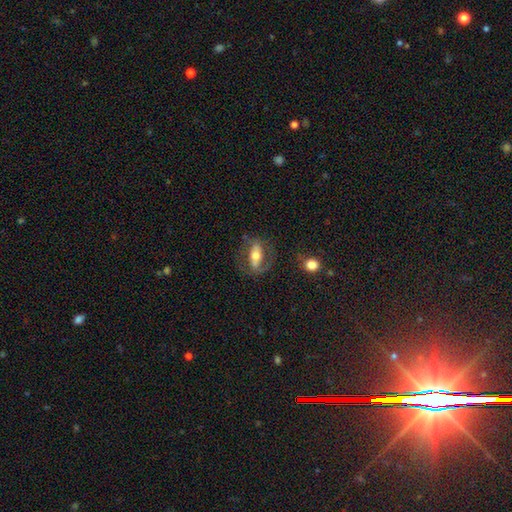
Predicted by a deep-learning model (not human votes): smooth-or-featured: featured or disk: 57% | smooth: 35% | star or artifact: 7%
  disk-edge-on: no: 84% | yes: 16%
  merging: none: 63% | minor disturbance: 18% | major disturbance: 16% | merger: 3%